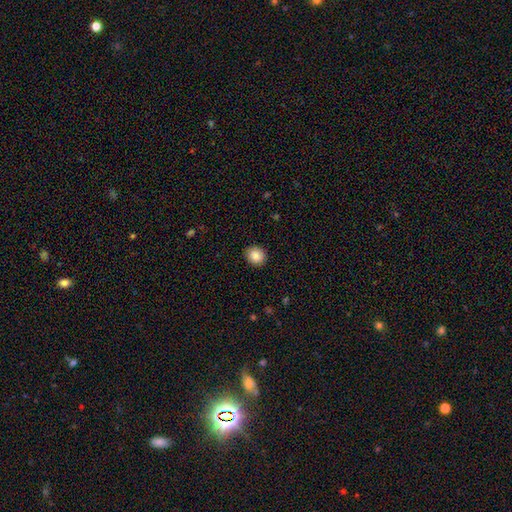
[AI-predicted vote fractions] A smooth galaxy with no disk features (87%) that is round (77%).

Vote fractions:
- Smooth or featured? smooth: 87% / star or artifact: 9% / featured or disk: 4%
- How rounded? round: 77% / in between: 22% / cigar-shaped: 1%
- Merging? none: 91% / minor disturbance: 6% / major disturbance: 2% / merger: 1%